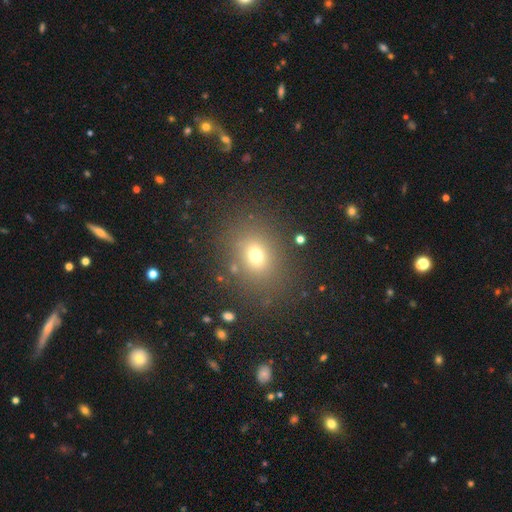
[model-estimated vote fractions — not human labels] This appears to be a smooth galaxy with no disk features (69%) that is round (54%). Merging: none (82%).